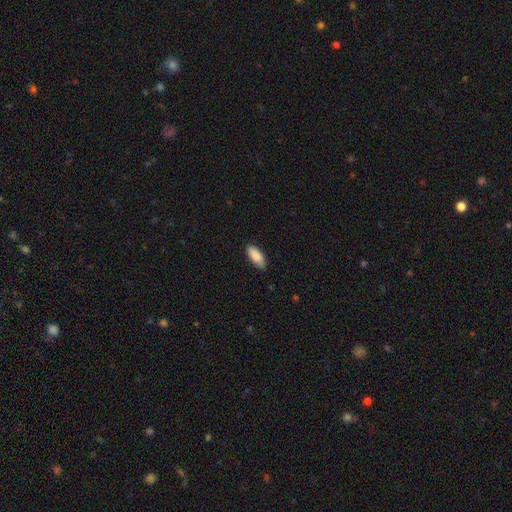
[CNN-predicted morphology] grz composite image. It shows a smooth galaxy with no disk features (89%) that is in between round and cigar-shaped (79%). Merging: none (82%).